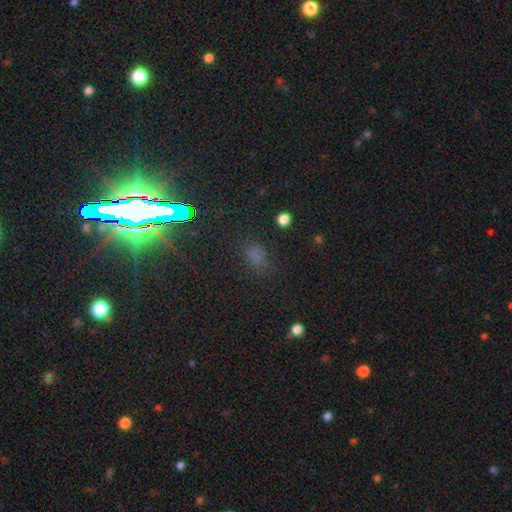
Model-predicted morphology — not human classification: Smooth or featured? Predicted: smooth (p=0.52). How rounded? Predicted: in between (p=0.62). Merging? Predicted: none (p=0.73).